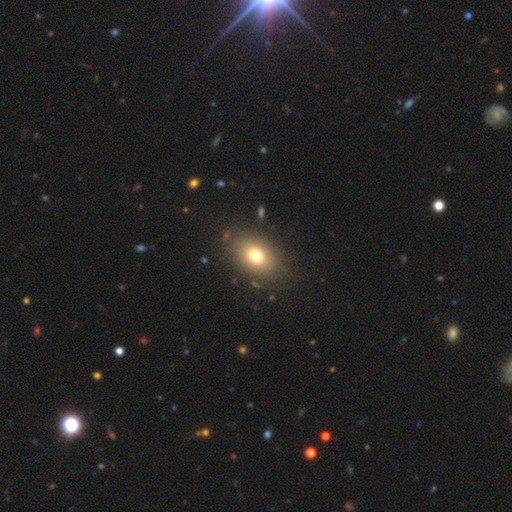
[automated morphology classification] Smooth or featured? smooth (74%)
How rounded? in between (72%)
Merging? none (85%)